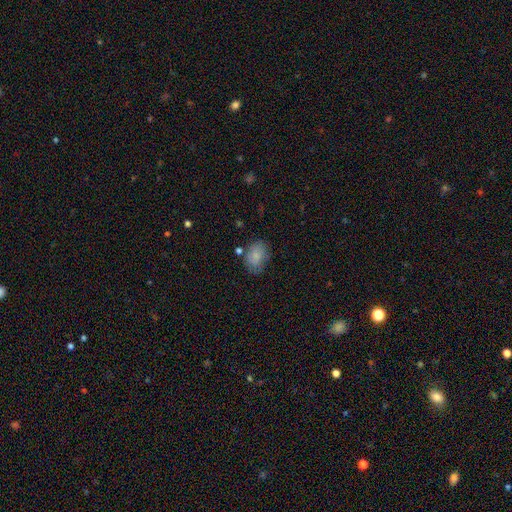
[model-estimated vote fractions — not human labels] This is clearly a smooth galaxy (83%). How rounded: likely in between (74%). Merging: likely none (68%).